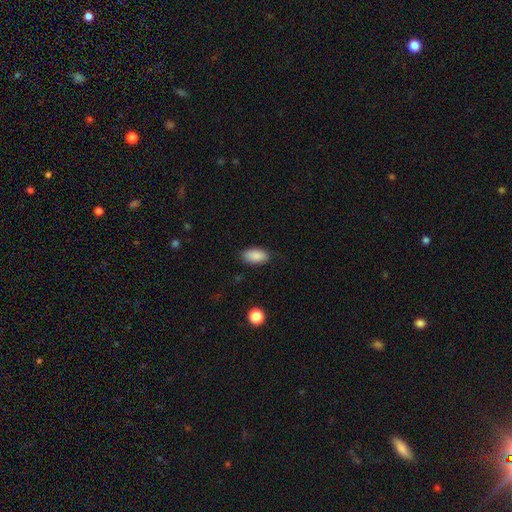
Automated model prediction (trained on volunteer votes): Smooth or featured? Predicted: smooth (p=0.88). How rounded? Predicted: in between (p=0.93). Merging? Predicted: none (p=0.83).